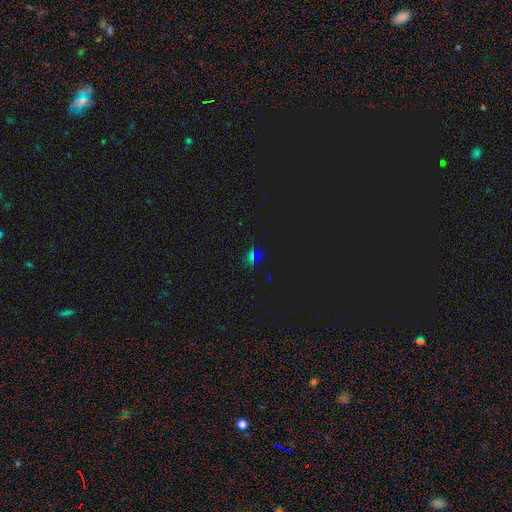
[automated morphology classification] The model was most divided on "smooth or featured": star or artifact: 60%, smooth: 32%, featured or disk: 8%.